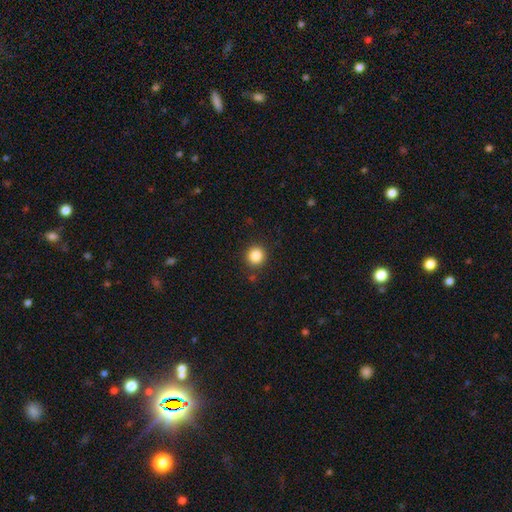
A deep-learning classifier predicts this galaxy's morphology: Smooth or featured: smooth — 85% (star or artifact — 11%)
How rounded: round — 91% (in between — 8%)
Merging: none — 88% (minor disturbance — 7%)